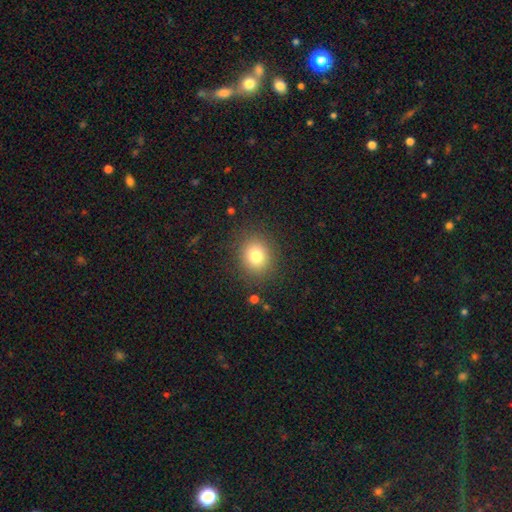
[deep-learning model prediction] This appears to be a smooth galaxy with no disk features (79%) that is round (78%). Merging: none (87%).